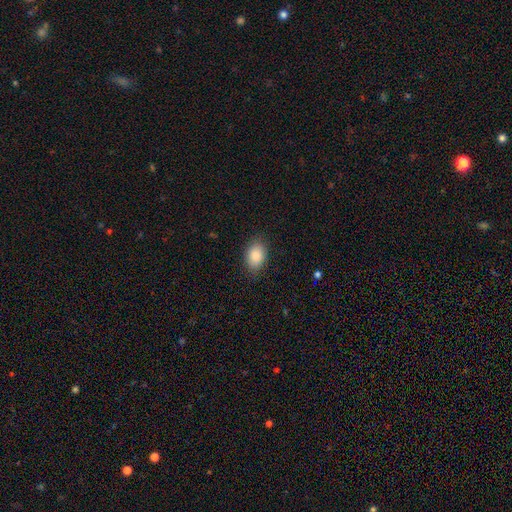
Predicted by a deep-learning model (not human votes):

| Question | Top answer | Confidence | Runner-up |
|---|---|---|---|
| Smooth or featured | smooth | 88% | star or artifact (7%) |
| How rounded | in between | 84% | round (15%) |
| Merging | none | 84% | minor disturbance (12%) |